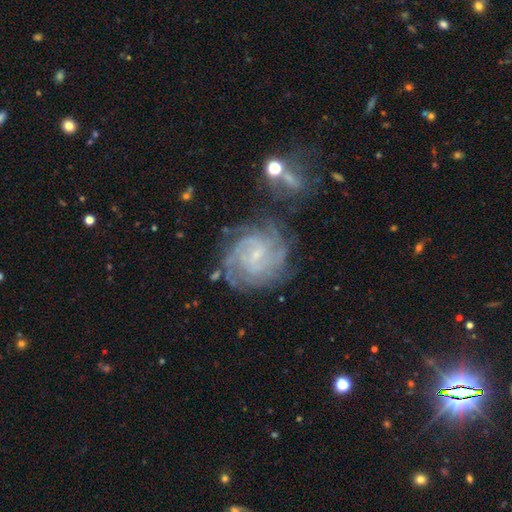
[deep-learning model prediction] Morphology: type=featured or disk (85%); edge-on=no (98%); bar=weak (47%); spiral arms=yes (96%); winding=tight (70%); arm count=can't tell (30%); bulge=small (78%); merging=none (68%).